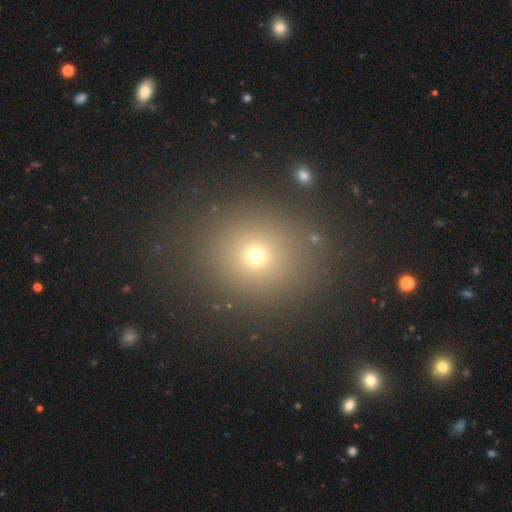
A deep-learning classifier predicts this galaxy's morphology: smooth 65%, star or artifact 25%, featured or disk 9%. Down the decision tree: how rounded — round (78%); merging — none (86%).